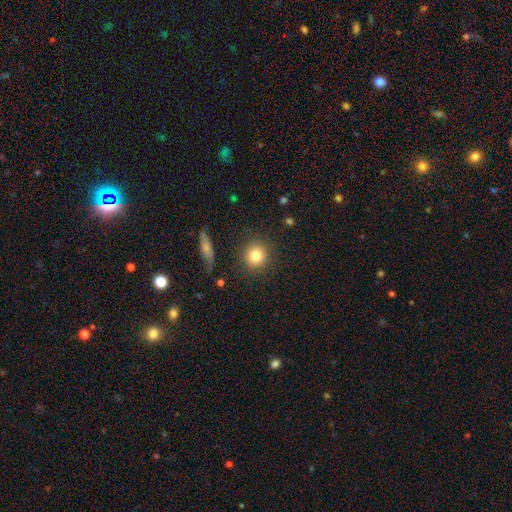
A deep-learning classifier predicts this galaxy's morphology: Overall: smooth (82%). How rounded: round (89%). Merging: none (88%).